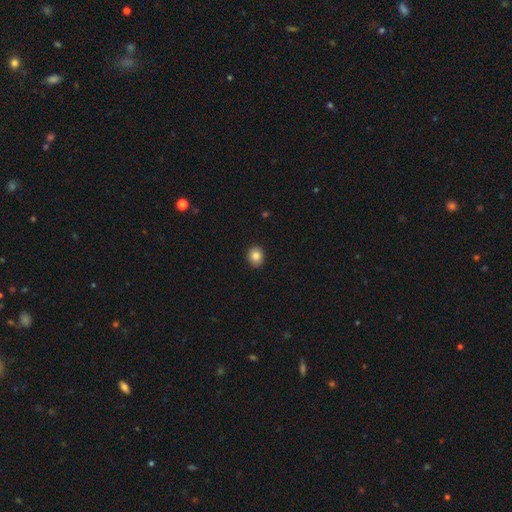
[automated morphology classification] Smooth or featured? smooth (85%)
How rounded? round (69%)
Merging? none (91%)